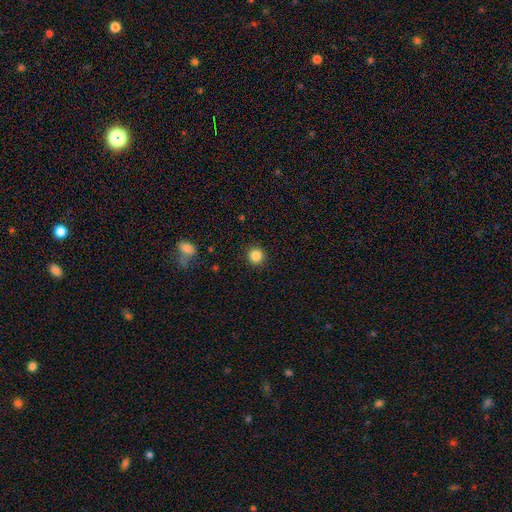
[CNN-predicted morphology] Overall: smooth (86%). How rounded: round (94%). Merging: none (92%).